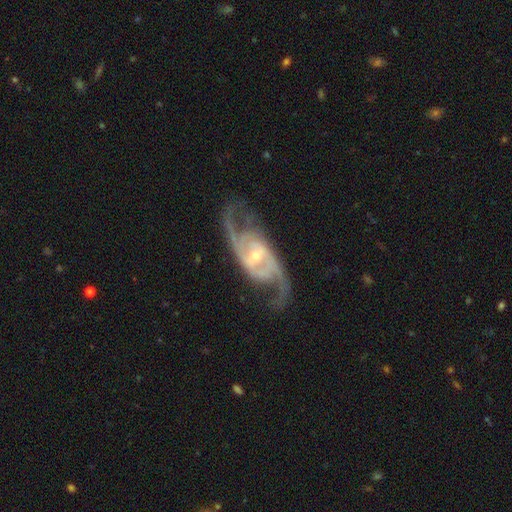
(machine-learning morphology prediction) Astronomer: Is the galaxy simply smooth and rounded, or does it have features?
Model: featured or disk — 91%.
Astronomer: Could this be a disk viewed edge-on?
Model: no — 95%.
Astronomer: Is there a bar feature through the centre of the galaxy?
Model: weak — 45% (runner-up: no, 31%).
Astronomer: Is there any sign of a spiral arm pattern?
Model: yes — 98%.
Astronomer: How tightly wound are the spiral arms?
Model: medium — 51% (runner-up: loose, 32%).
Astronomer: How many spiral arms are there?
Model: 2 — 84%.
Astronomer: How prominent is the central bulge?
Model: small — 65%.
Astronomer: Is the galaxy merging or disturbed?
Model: none — 73%.